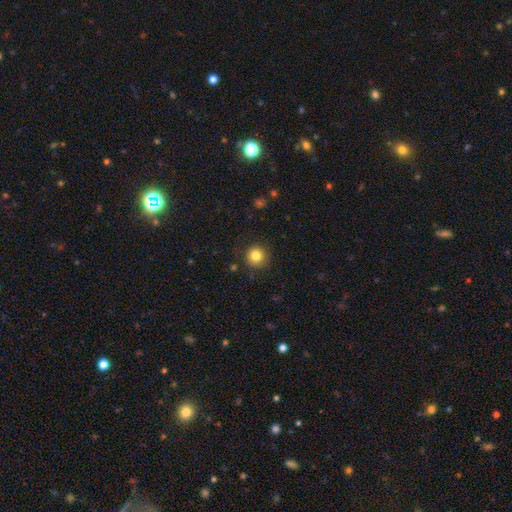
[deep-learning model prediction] smooth 83%, star or artifact 11%, featured or disk 6%. Down the decision tree: how rounded — round (94%); merging — none (89%).